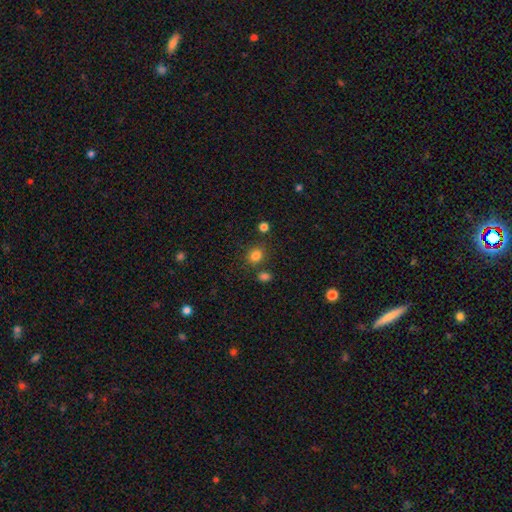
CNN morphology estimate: This is clearly a smooth galaxy (82%). How rounded: likely round (67%). Merging: likely none (76%).